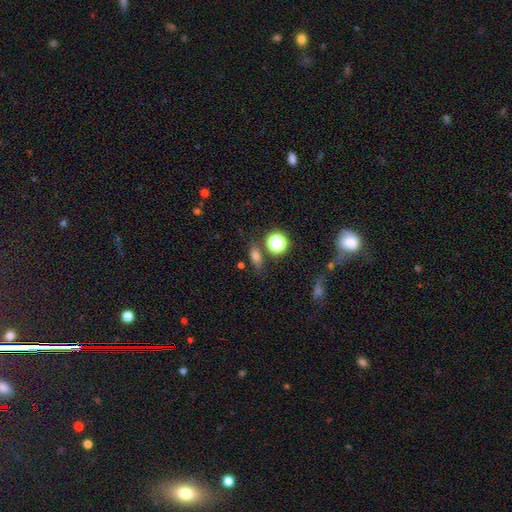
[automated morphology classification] Q: Smooth or featured?
A: smooth (70%); runner-up: star or artifact (20%)
Q: How rounded?
A: in between (64%); runner-up: round (23%)
Q: Merging?
A: none (76%); runner-up: minor disturbance (14%)